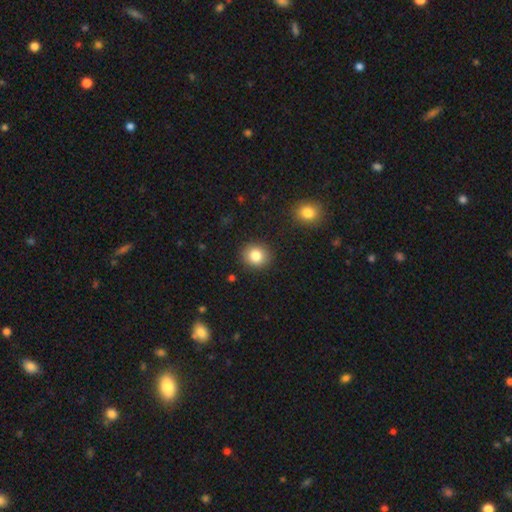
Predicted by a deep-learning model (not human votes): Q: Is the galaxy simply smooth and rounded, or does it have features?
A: smooth — 82%.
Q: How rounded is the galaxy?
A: round — 77%.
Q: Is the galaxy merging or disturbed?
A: none — 90%.